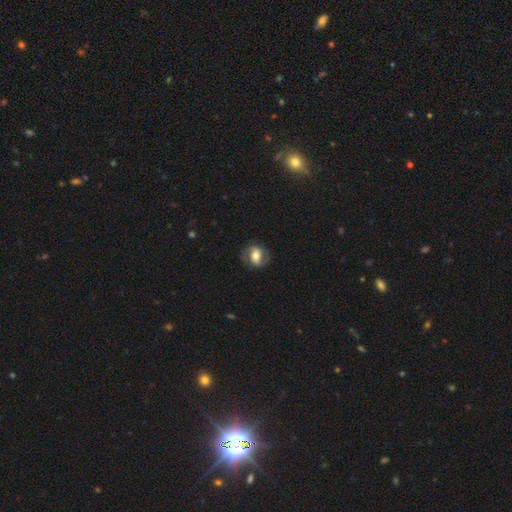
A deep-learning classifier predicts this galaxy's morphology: A featured or disk galaxy (48%).

Vote fractions:
- Smooth or featured? featured or disk: 48% / smooth: 44% / star or artifact: 8%
- Merging? none: 77% / minor disturbance: 14% / major disturbance: 8% / merger: 1%